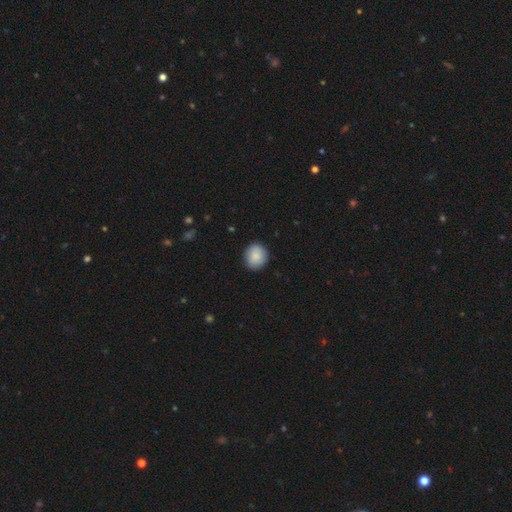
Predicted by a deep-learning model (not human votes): Smooth or featured? Predicted: smooth (p=0.88). How rounded? Predicted: round (p=0.76). Merging? Predicted: none (p=0.88).